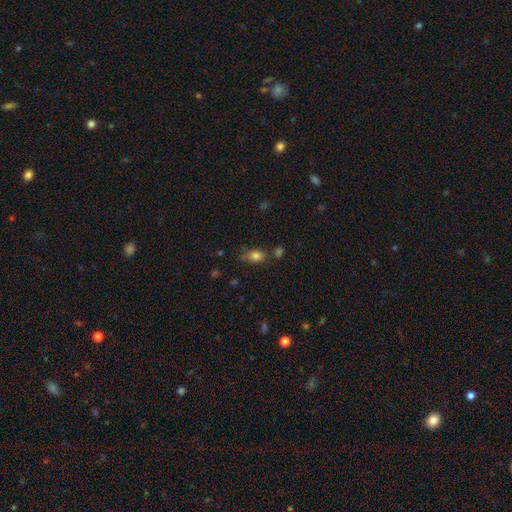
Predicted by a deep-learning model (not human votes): smooth_or_featured: smooth (p=0.81) [alt: star or artifact p=0.12]
how_rounded: in between (p=0.74) [alt: round p=0.23]
merging: none (p=0.61) [alt: minor disturbance p=0.22]